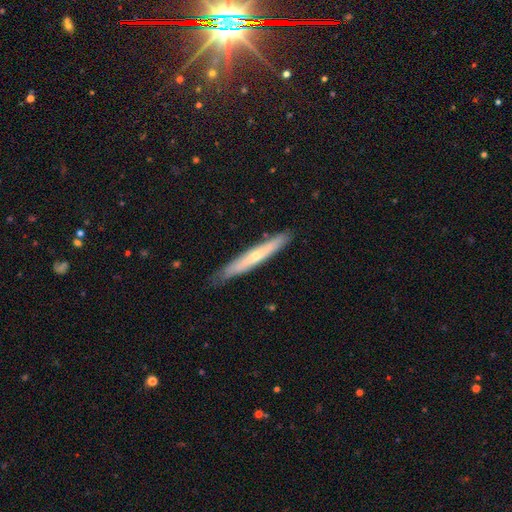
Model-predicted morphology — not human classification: Overall: featured or disk (53%; smooth 41%). Edge-on disk: yes (88%). Merging: none (84%).